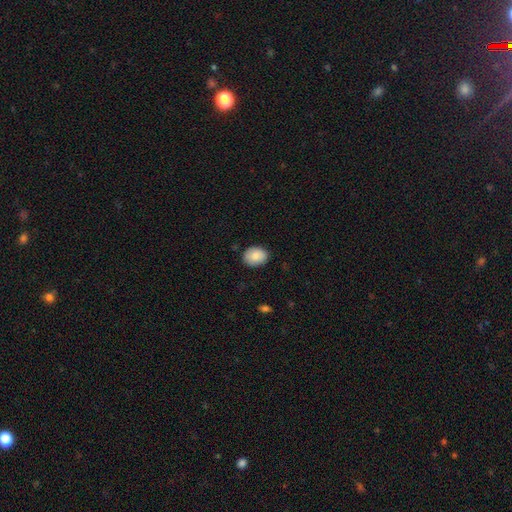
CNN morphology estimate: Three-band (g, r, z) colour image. It shows a smooth galaxy with no disk features (86%) that is in between round and cigar-shaped (64%). Merging: none (86%).